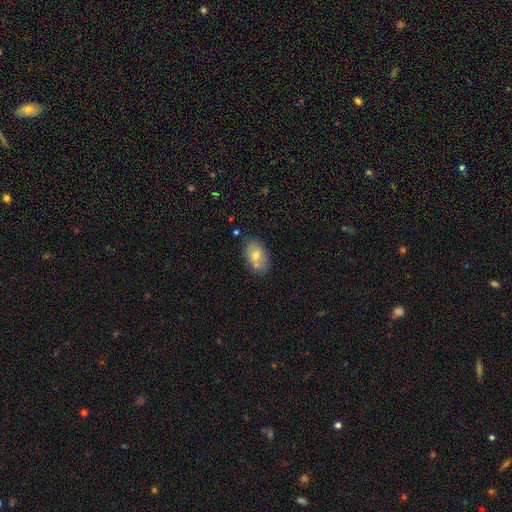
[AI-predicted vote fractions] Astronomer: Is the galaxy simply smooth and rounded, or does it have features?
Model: smooth — 66%.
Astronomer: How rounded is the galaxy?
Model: in between — 88%.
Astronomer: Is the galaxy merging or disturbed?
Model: none — 71%.